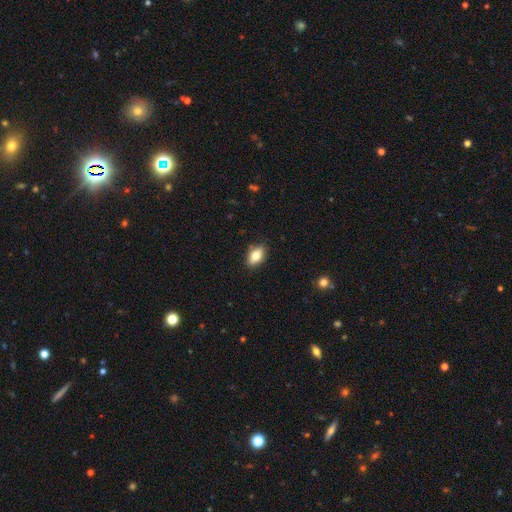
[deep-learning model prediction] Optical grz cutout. It shows a smooth galaxy with no disk features (79%) that is in between round and cigar-shaped (87%). Merging: none (86%).